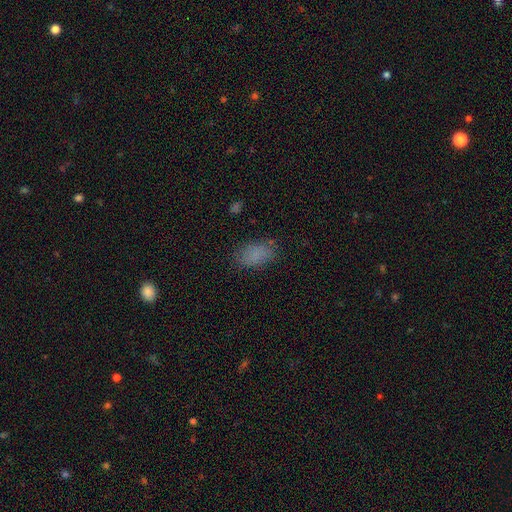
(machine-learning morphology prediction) smooth_or_featured: smooth (p=0.82) [alt: star or artifact p=0.11]
how_rounded: in between (p=0.90) [alt: round p=0.08]
merging: none (p=0.77) [alt: minor disturbance p=0.17]